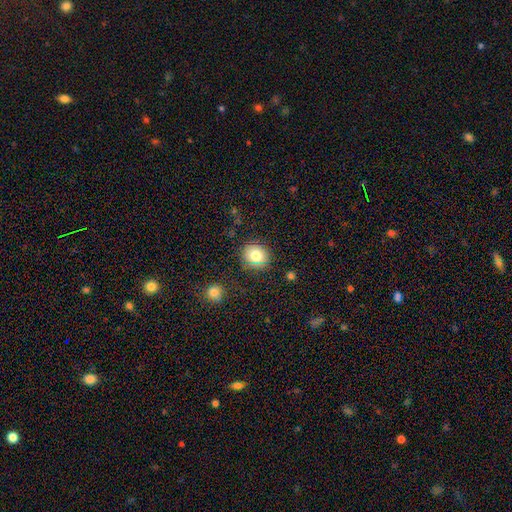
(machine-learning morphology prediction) Smooth or featured: smooth — 79% (featured or disk — 11%)
How rounded: round — 83% (in between — 16%)
Merging: none — 84% (minor disturbance — 10%)